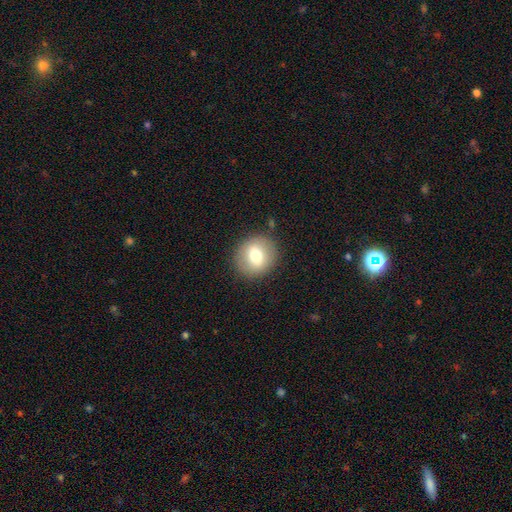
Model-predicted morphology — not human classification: type=smooth (70%); roundness=round (82%); merging=none (88%).